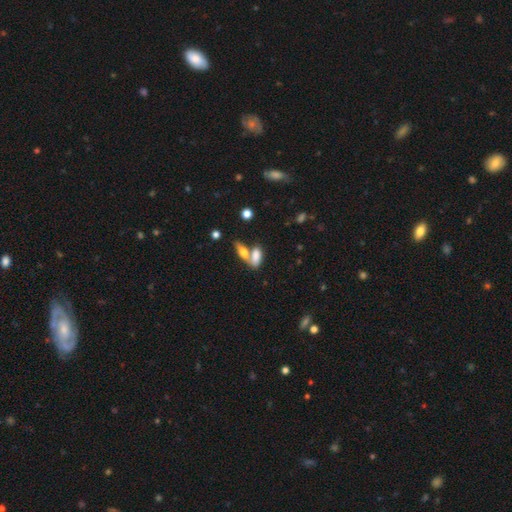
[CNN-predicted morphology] Q: Smooth or featured?
A: smooth (77%); runner-up: featured or disk (16%)
Q: How rounded?
A: in between (78%); runner-up: cigar-shaped (17%)
Q: Merging?
A: merger (54%); runner-up: none (33%)